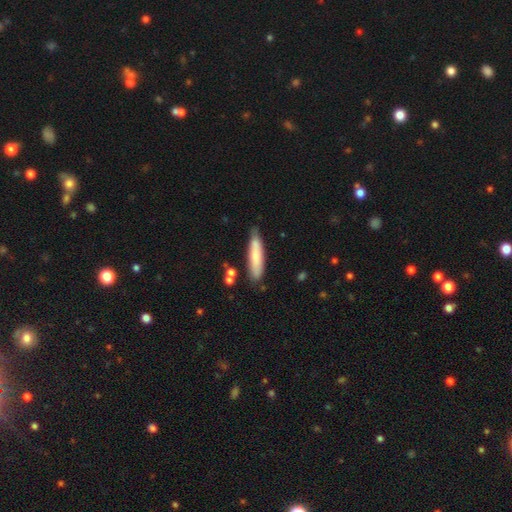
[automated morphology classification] smooth_or_featured: smooth (p=0.75) [alt: featured or disk p=0.20]
how_rounded: cigar-shaped (p=0.82) [alt: in between p=0.17]
merging: none (p=0.73) [alt: minor disturbance p=0.20]